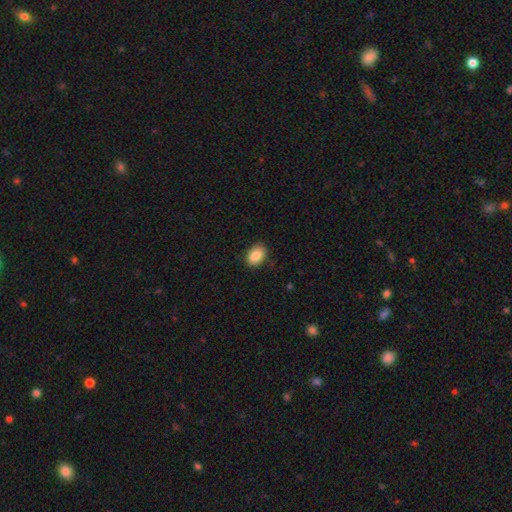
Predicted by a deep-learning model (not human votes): smooth-or-featured: smooth: 88% | star or artifact: 7% | featured or disk: 4%
  how-rounded: in between: 85% | round: 14% | cigar-shaped: 1%
  merging: none: 82% | minor disturbance: 14% | major disturbance: 3% | merger: 1%